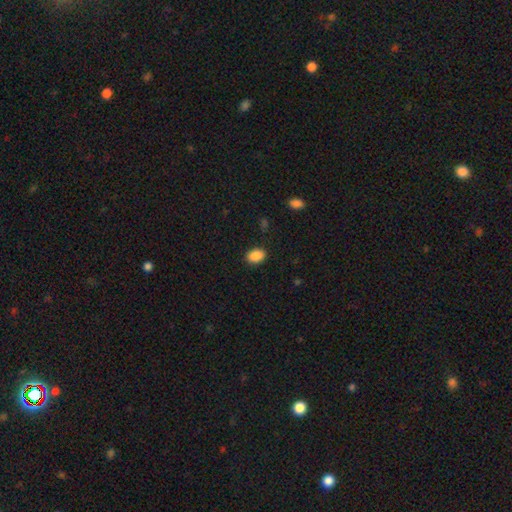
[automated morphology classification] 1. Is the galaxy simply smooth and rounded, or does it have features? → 89% smooth, 8% star or artifact, 3% featured or disk.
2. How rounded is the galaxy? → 78% in between, 21% round, 1% cigar-shaped.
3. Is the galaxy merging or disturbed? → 88% none, 9% minor disturbance, 2% major disturbance, 1% merger.